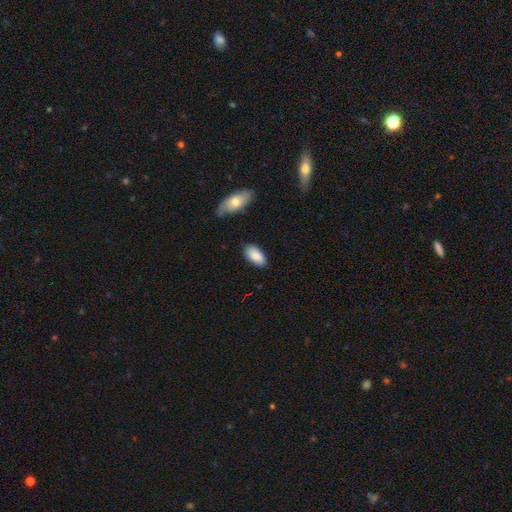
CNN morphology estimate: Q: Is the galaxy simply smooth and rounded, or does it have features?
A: smooth — 85%.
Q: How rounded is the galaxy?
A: in between — 94%.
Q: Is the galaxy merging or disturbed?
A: none — 83%.